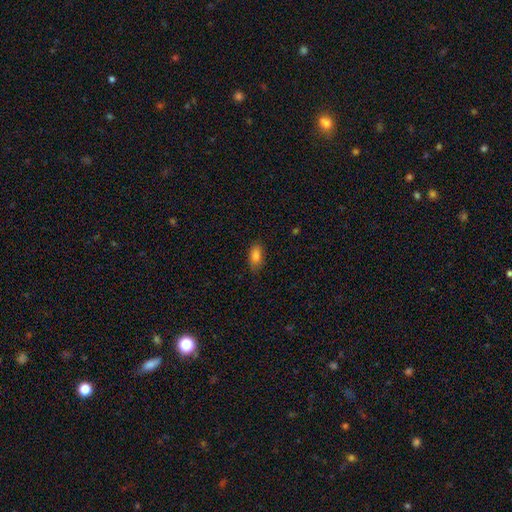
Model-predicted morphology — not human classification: Q: Smooth or featured?
A: smooth (82%); runner-up: featured or disk (9%)
Q: How rounded?
A: in between (89%); runner-up: round (7%)
Q: Merging?
A: none (82%); runner-up: minor disturbance (14%)